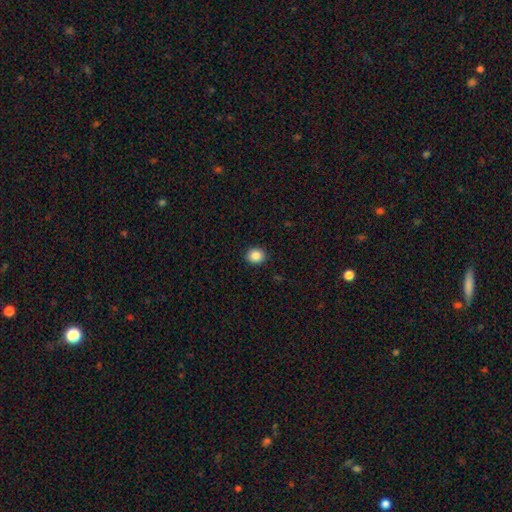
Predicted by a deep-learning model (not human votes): A smooth galaxy with no disk features (87%) that is round (78%). Merging: none (92%).